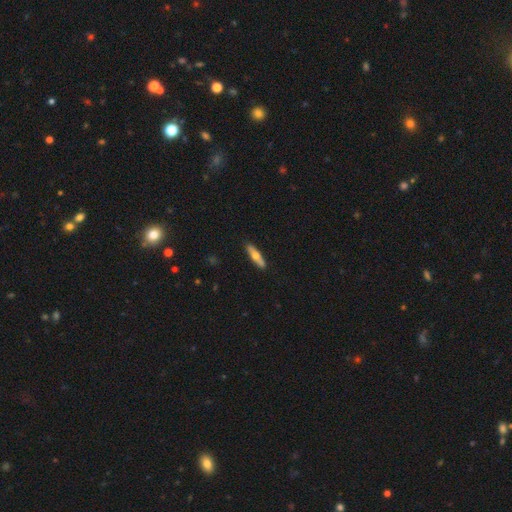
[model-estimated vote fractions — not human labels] Smooth or featured? Predicted: smooth (p=0.53). How rounded? Predicted: cigar-shaped (p=0.73). Merging? Predicted: none (p=0.89).